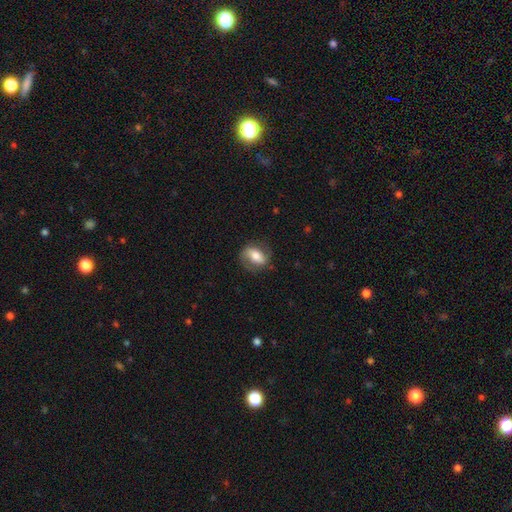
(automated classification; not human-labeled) Morphology: type=smooth (50%); roundness=in between (78%); merging=none (70%).